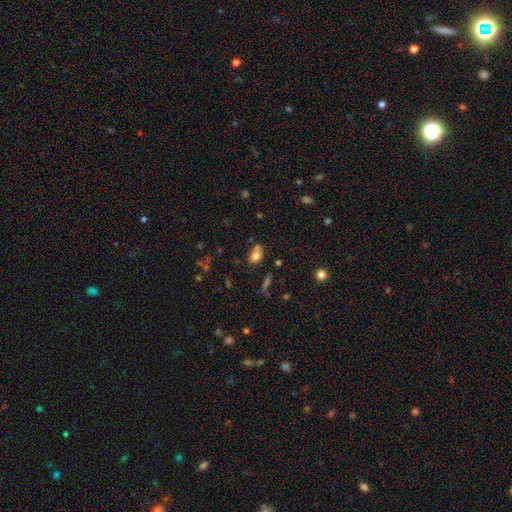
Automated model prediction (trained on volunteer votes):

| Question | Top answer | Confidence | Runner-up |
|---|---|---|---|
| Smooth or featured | smooth | 77% | star or artifact (12%) |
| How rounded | in between | 76% | round (22%) |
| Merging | none | 50% | merger (23%) |